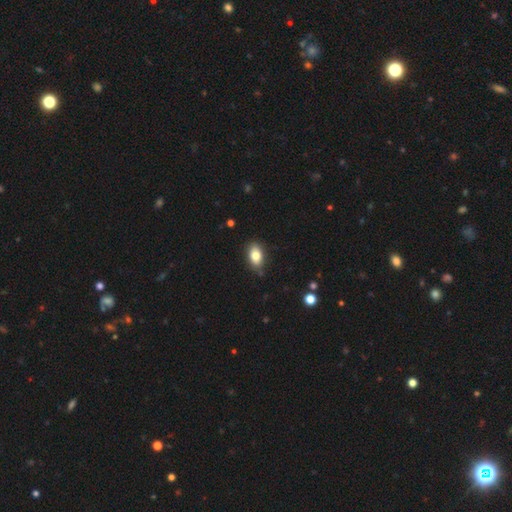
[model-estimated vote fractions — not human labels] Smooth or featured: smooth — 80% (featured or disk — 12%)
How rounded: in between — 89% (round — 8%)
Merging: none — 81% (minor disturbance — 15%)